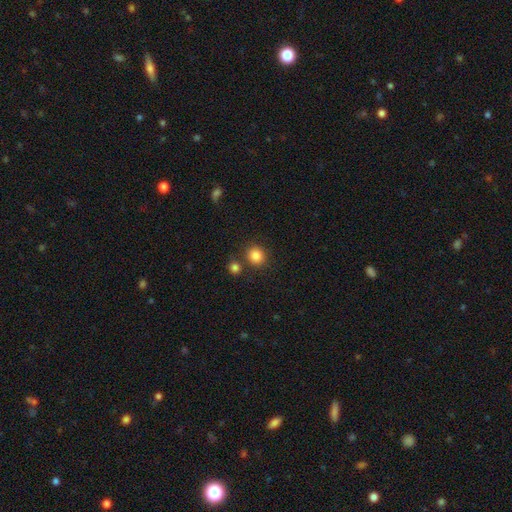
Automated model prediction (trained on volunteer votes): Smooth or featured? Predicted: smooth (p=0.85). How rounded? Predicted: round (p=0.84). Merging? Predicted: none (p=0.79).